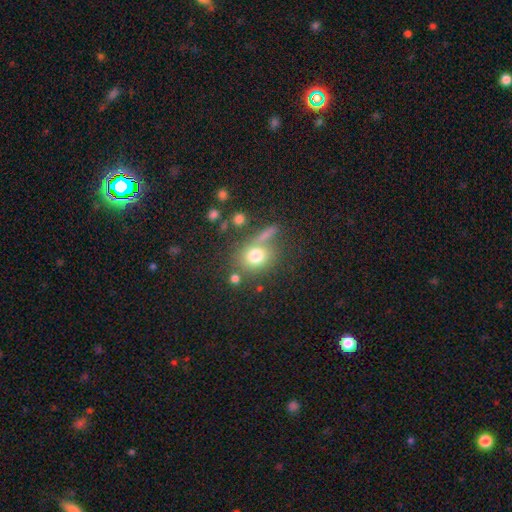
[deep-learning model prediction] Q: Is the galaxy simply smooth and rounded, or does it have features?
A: smooth — 74%.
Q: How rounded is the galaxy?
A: round — 68%.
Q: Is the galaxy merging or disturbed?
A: none — 60%.